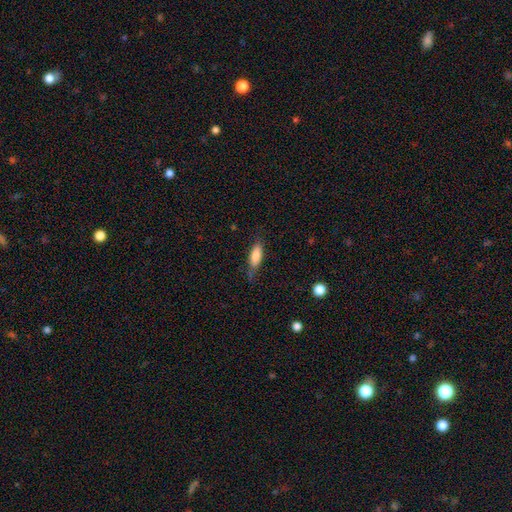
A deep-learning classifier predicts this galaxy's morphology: This is likely a smooth galaxy (78%). How rounded: possibly in between (57%). Merging: likely none (67%).